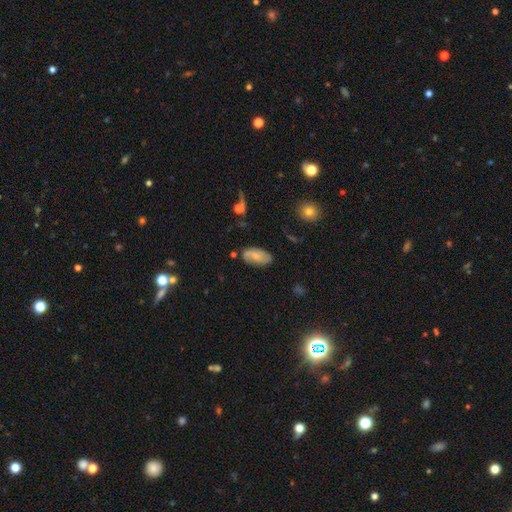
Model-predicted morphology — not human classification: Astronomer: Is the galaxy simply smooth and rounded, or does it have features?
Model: smooth — 56% (runner-up: featured or disk, 36%).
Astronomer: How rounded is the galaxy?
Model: in between — 91%.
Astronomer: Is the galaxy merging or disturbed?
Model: none — 71%.